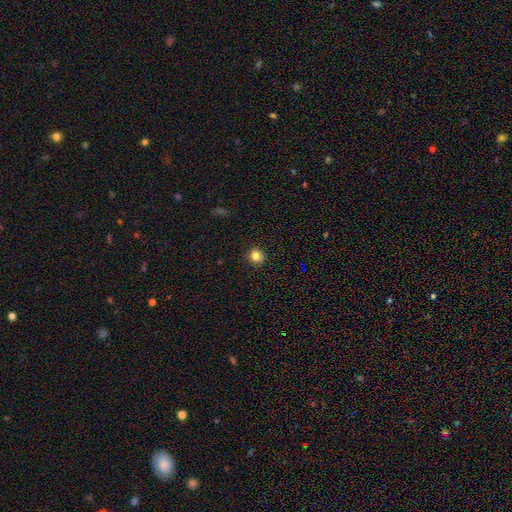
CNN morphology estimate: smooth 83%, star or artifact 12%, featured or disk 5%. Down the decision tree: how rounded — round (93%); merging — none (92%).